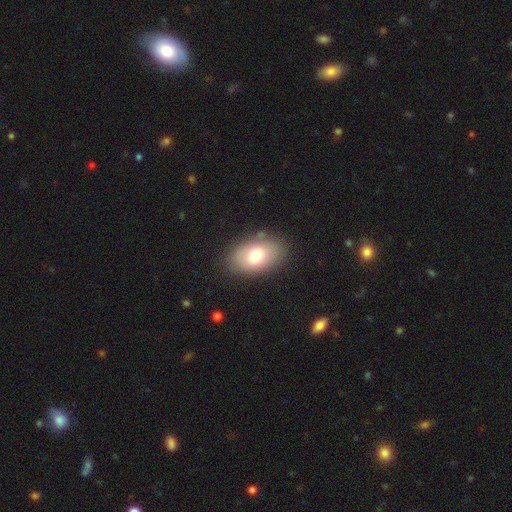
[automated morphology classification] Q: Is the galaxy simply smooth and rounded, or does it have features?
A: smooth — 75%.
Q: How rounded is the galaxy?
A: in between — 88%.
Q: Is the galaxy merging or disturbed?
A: none — 83%.